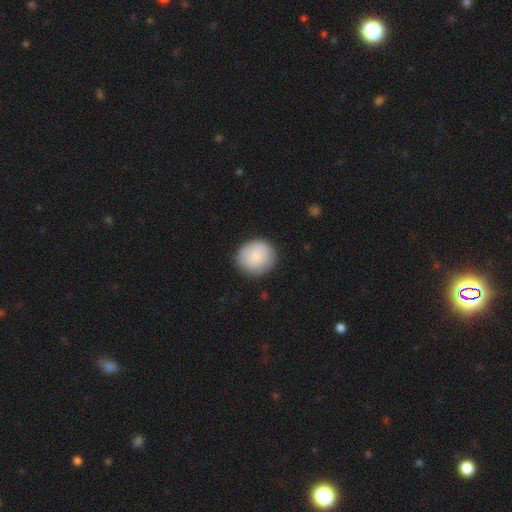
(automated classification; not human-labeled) The model was most divided on "merging": none: 85%, minor disturbance: 11%, major disturbance: 3%, merger: 1%. More confident: how rounded — round (87%); smooth or featured — smooth (85%).